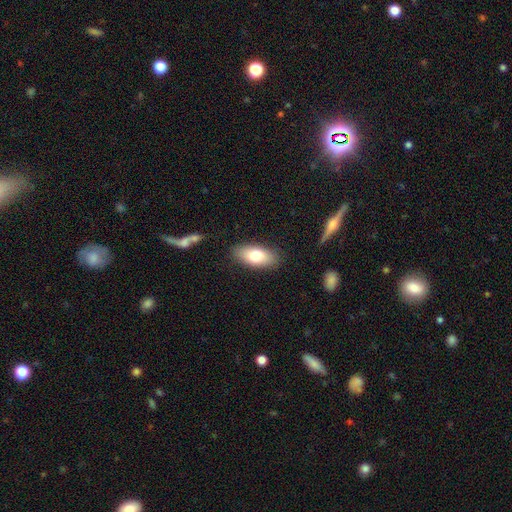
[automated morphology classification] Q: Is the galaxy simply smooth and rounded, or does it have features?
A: smooth — 77%.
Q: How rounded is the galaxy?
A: in between — 88%.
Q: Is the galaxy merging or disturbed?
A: none — 85%.